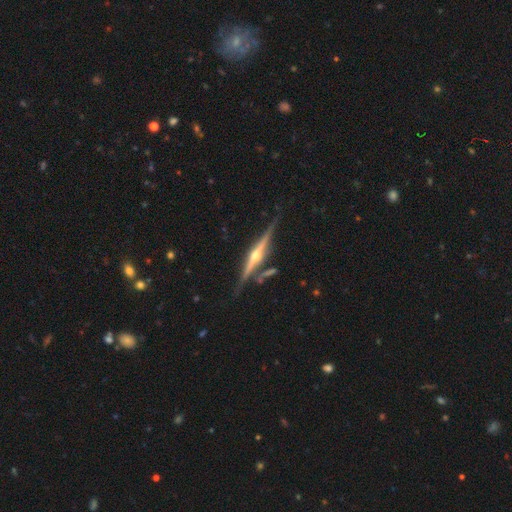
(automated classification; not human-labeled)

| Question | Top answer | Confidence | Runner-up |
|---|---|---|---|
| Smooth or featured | featured or disk | 86% | smooth (8%) |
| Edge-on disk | yes | 98% | no (2%) |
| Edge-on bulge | rounded | 94% | none (3%) |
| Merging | none | 81% | minor disturbance (11%) |